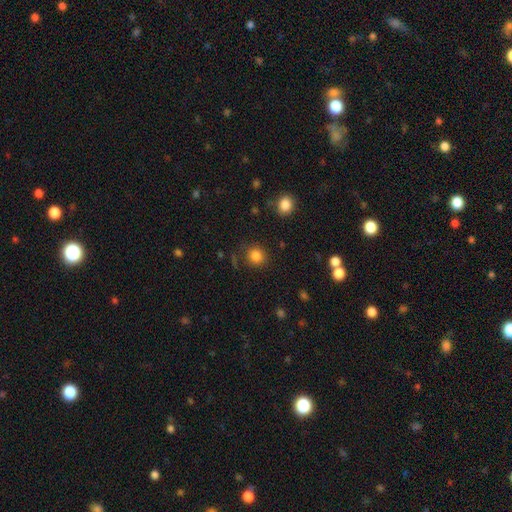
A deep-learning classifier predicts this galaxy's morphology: This is clearly a smooth galaxy (84%). How rounded: clearly round (87%). Merging: clearly none (84%).